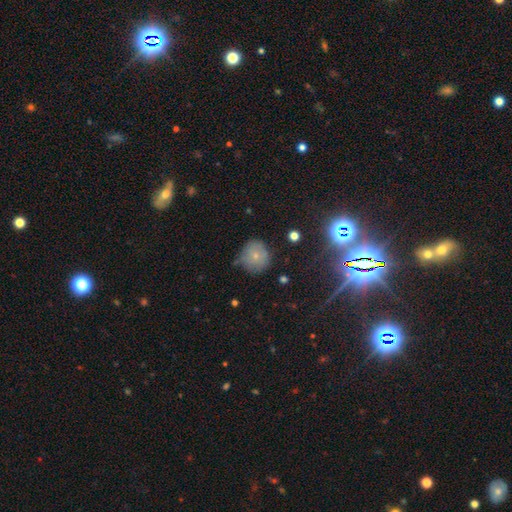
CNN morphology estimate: Smooth or featured: smooth — 71% (featured or disk — 17%)
How rounded: round — 91% (in between — 8%)
Merging: none — 66% (minor disturbance — 25%)